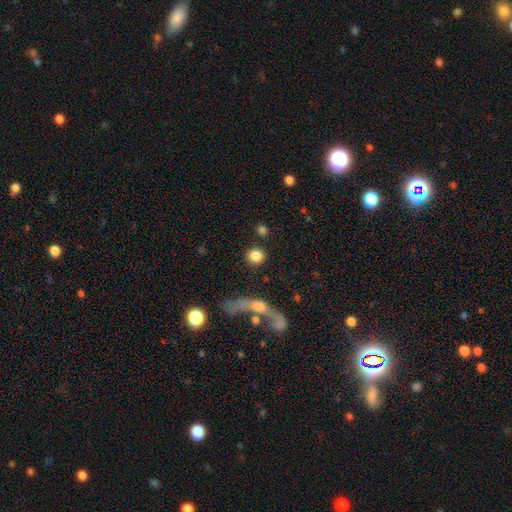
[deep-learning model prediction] This appears to be a smooth galaxy with no disk features (84%) that is round (91%). Merging: none (84%).